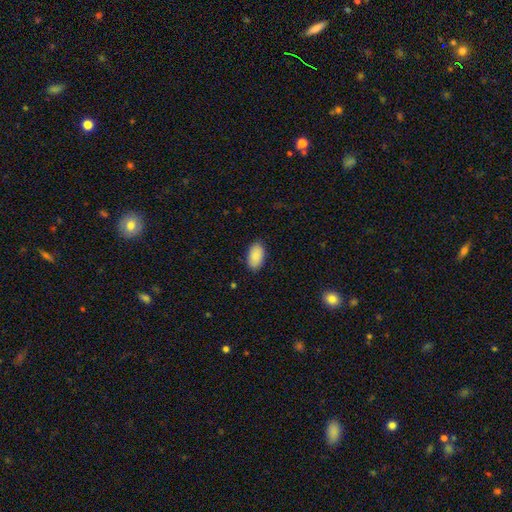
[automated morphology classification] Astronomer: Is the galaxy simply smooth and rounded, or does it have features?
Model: smooth — 89%.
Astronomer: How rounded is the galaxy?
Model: in between — 94%.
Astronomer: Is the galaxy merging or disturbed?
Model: none — 87%.